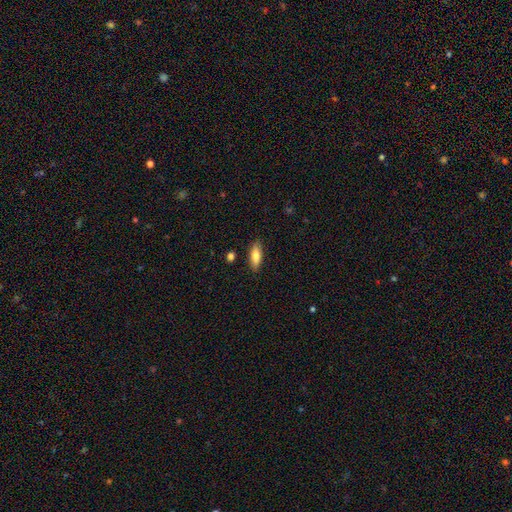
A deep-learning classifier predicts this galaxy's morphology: Overall: smooth (77%). How rounded: in between (64%; cigar-shaped 33%). Merging: none (86%).